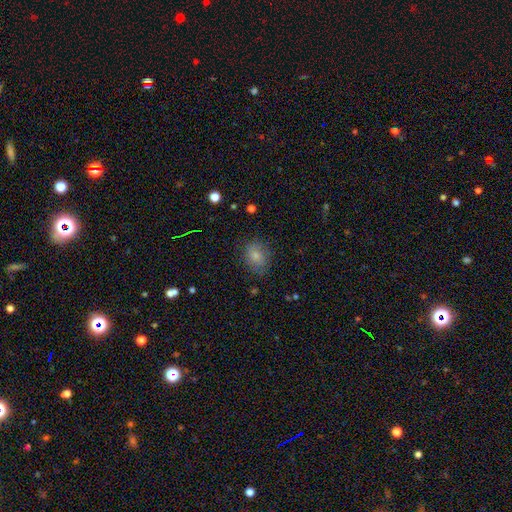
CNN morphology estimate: type=smooth (79%); roundness=round (52%); merging=none (76%).